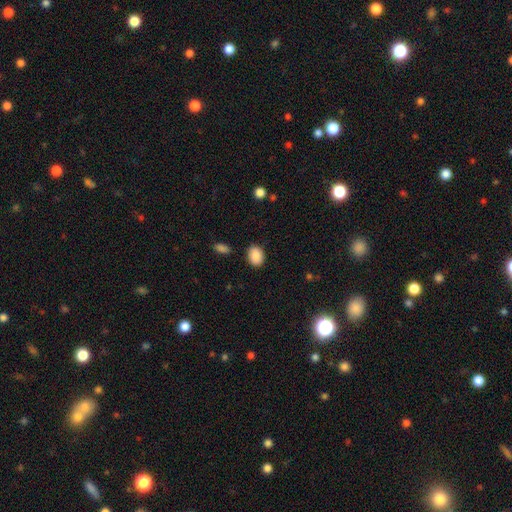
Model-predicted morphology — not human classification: This is clearly a smooth galaxy (89%). How rounded: likely in between (63%). Merging: clearly none (86%).